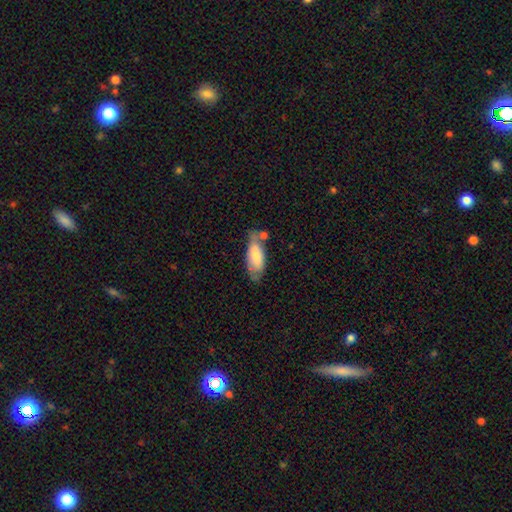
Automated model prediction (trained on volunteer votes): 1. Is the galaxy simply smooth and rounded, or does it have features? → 70% smooth, 24% featured or disk, 6% star or artifact.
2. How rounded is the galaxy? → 81% in between, 17% cigar-shaped, 2% round.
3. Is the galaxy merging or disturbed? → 50% none, 27% minor disturbance, 14% merger, 8% major disturbance.